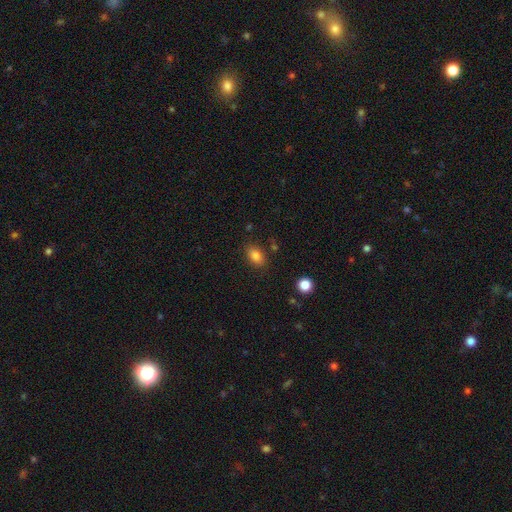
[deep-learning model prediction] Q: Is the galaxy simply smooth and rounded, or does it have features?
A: smooth — 84%.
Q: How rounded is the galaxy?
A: in between — 82%.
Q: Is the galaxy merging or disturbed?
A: none — 83%.